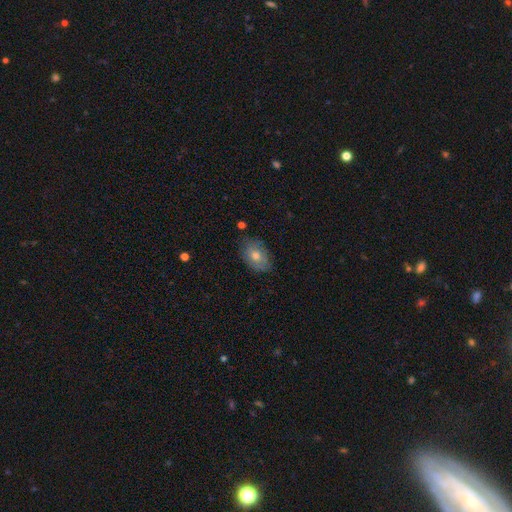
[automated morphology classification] A smooth galaxy with no disk features (57%) that is in between round and cigar-shaped (82%).

Vote fractions:
- Smooth or featured? smooth: 57% / featured or disk: 33% / star or artifact: 10%
- How rounded? in between: 82% / round: 17% / cigar-shaped: 1%
- Merging? none: 78% / minor disturbance: 17% / major disturbance: 4% / merger: 2%